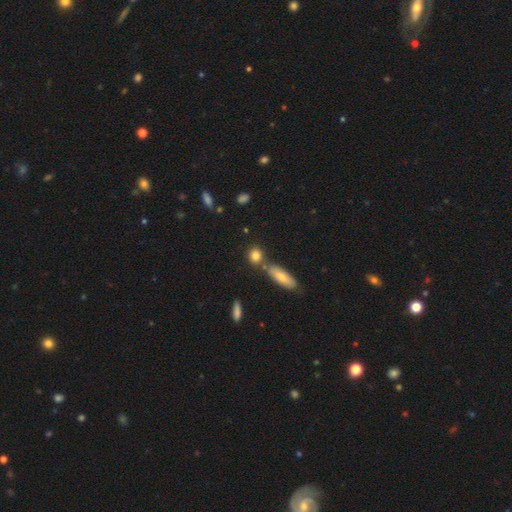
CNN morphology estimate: Smooth or featured: smooth — 81% (featured or disk — 10%)
How rounded: round — 67% (in between — 25%)
Merging: none — 65% (merger — 22%)